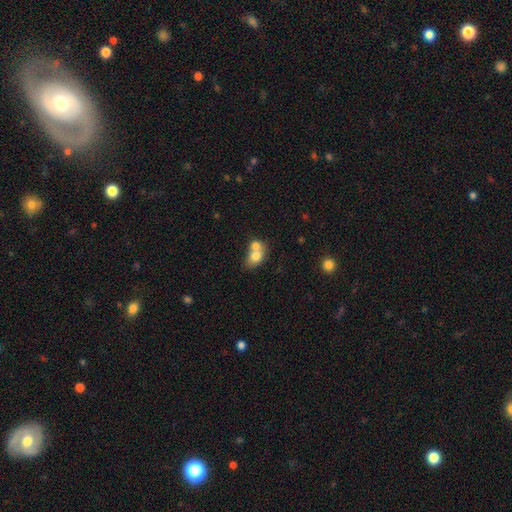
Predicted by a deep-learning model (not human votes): This appears to be a smooth galaxy with no disk features (73%) that is in between round and cigar-shaped (61%). Merging: merger (69%).